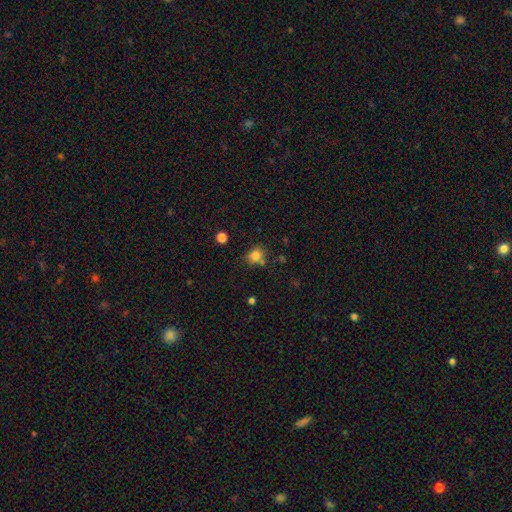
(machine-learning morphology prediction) A smooth galaxy with no disk features (81%) that is round (71%).

Vote fractions:
- Smooth or featured? smooth: 81% / star or artifact: 13% / featured or disk: 6%
- How rounded? round: 71% / in between: 28% / cigar-shaped: 1%
- Merging? none: 67% / minor disturbance: 16% / merger: 13% / major disturbance: 4%